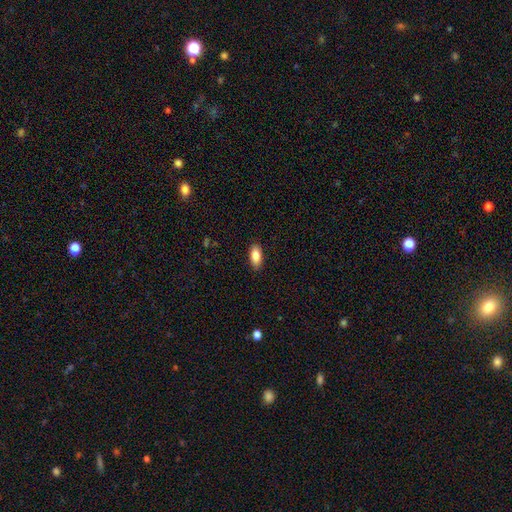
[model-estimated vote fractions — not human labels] This is clearly a smooth galaxy (85%). How rounded: clearly in between (86%). Merging: clearly none (89%).